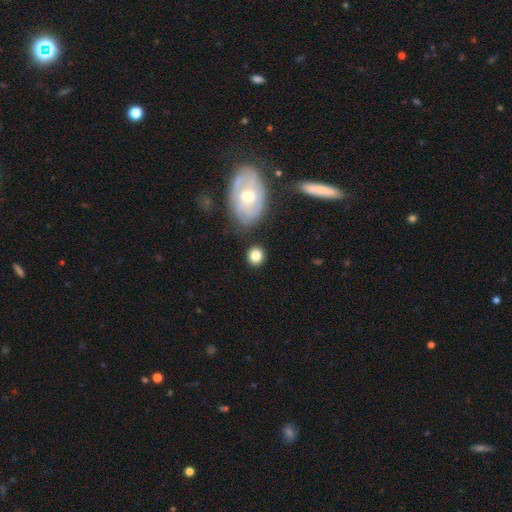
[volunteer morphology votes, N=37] smooth 97%, star or artifact 3%, featured or disk 0%. Down the decision tree: how rounded — round (89%); merging — none (81%).